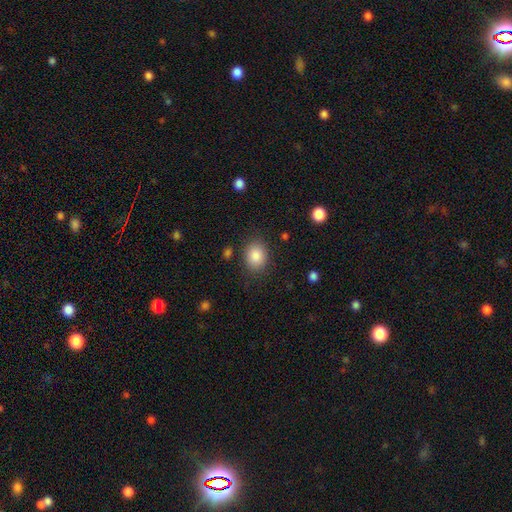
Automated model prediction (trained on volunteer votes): smooth_or_featured: smooth (p=0.86) [alt: star or artifact p=0.08]
how_rounded: in between (p=0.54) [alt: round p=0.45]
merging: none (p=0.83) [alt: minor disturbance p=0.11]